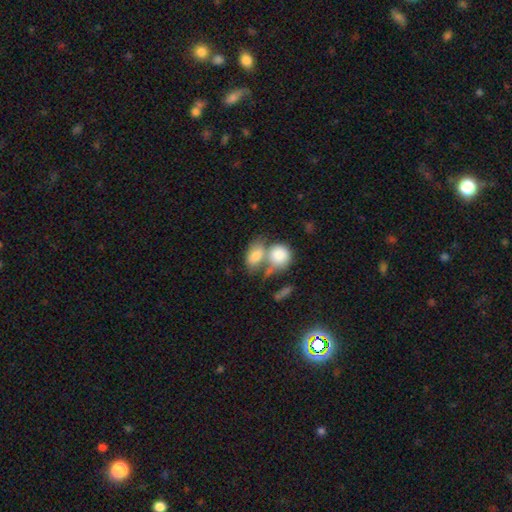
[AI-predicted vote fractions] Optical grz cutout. It shows a smooth galaxy with no disk features (79%) that is in between round and cigar-shaped (81%). Merging: merger (59%).